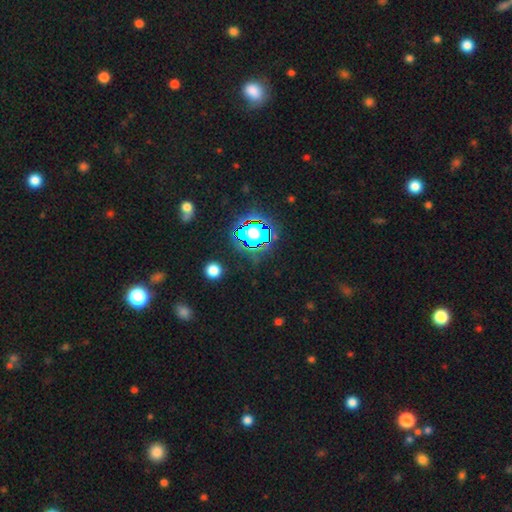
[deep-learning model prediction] This appears to be a star or artifact, not a galaxy (80%).